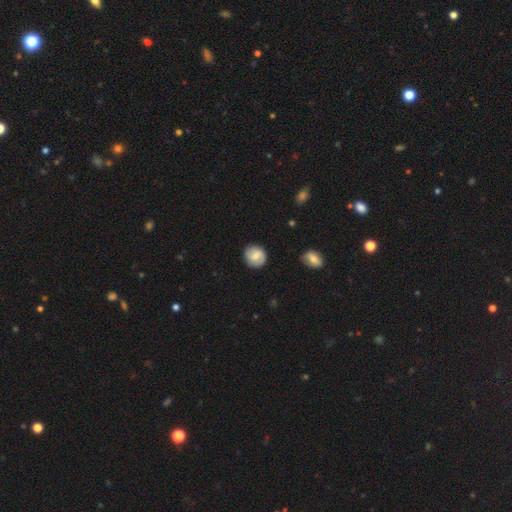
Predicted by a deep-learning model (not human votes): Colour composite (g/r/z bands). It shows a smooth galaxy with no disk features (53%) that is round (83%). Merging: none (84%).